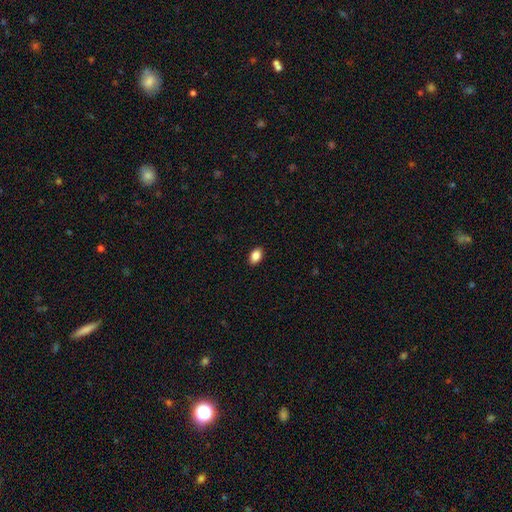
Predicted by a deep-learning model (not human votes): Smooth or featured?
  - smooth: 87% *
  - star or artifact: 8%
  - featured or disk: 5%
How rounded?
  - in between: 88% *
  - round: 10%
  - cigar-shaped: 2%
Merging?
  - none: 90% *
  - minor disturbance: 7%
  - major disturbance: 2%
  - merger: 1%